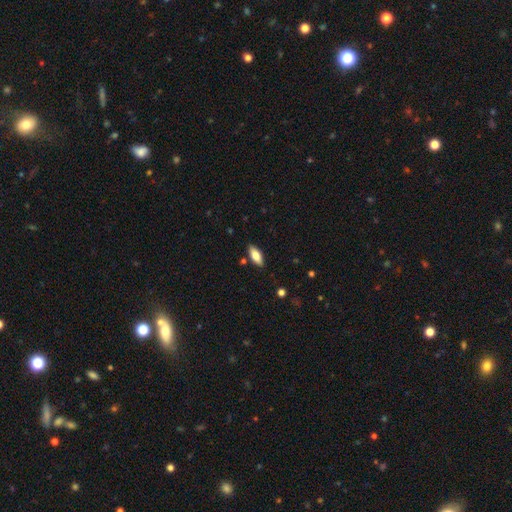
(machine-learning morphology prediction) This is likely a smooth galaxy (76%). How rounded: clearly in between (81%). Merging: clearly none (86%).